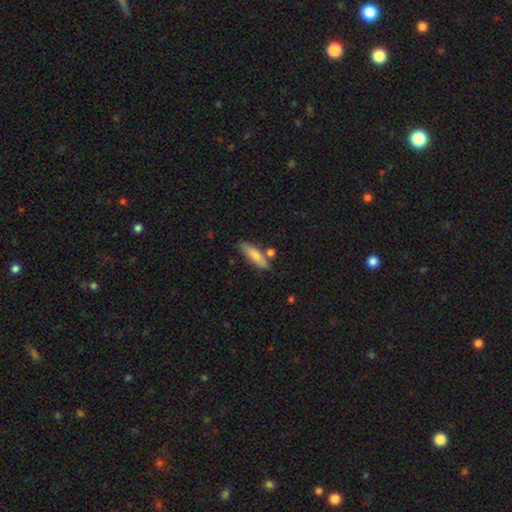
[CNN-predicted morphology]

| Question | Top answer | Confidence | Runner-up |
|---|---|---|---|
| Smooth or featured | smooth | 74% | featured or disk (19%) |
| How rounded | cigar-shaped | 56% | in between (42%) |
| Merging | none | 68% | minor disturbance (17%) |